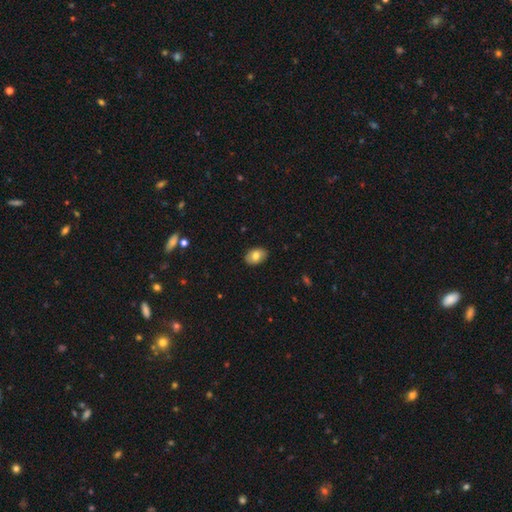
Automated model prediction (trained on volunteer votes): This is likely a smooth galaxy (75%). How rounded: clearly in between (87%). Merging: clearly none (88%).